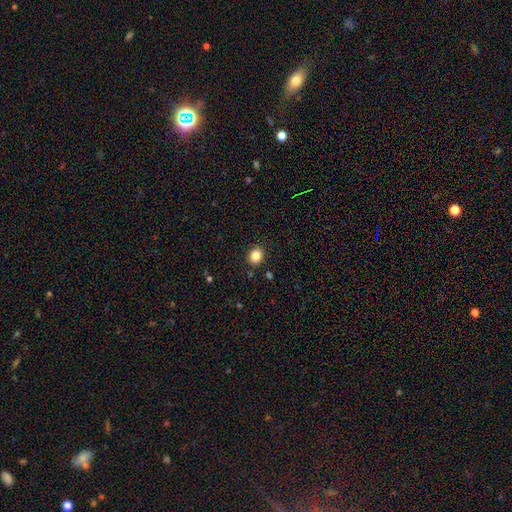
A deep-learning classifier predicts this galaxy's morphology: A smooth galaxy with no disk features (85%) that is round (64%).

Vote fractions:
- Smooth or featured? smooth: 85% / star or artifact: 10% / featured or disk: 5%
- How rounded? round: 64% / in between: 35% / cigar-shaped: 1%
- Merging? none: 89% / minor disturbance: 7% / major disturbance: 2% / merger: 2%